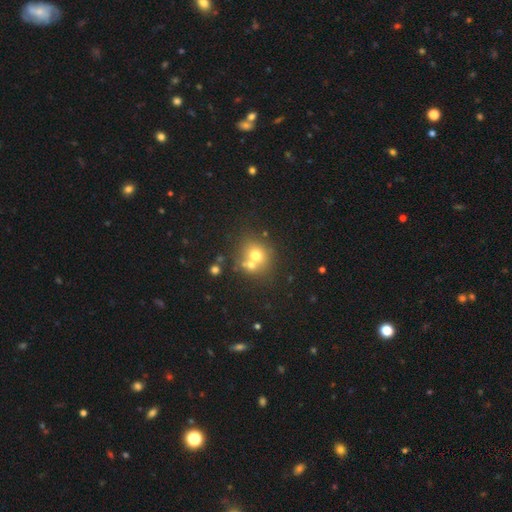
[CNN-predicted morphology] Smooth or featured: smooth — 67% (featured or disk — 19%)
How rounded: round — 80% (in between — 19%)
Merging: none — 46% (merger — 42%)